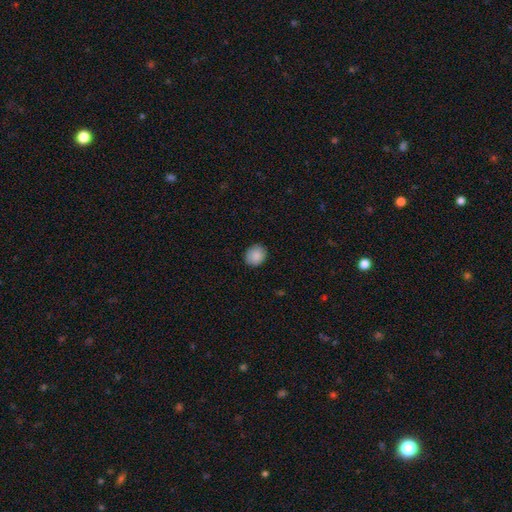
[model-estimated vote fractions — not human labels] smooth-or-featured: smooth: 88% | star or artifact: 8% | featured or disk: 4%
  how-rounded: round: 75% | in between: 24% | cigar-shaped: 1%
  merging: none: 87% | minor disturbance: 10% | major disturbance: 2% | merger: 1%